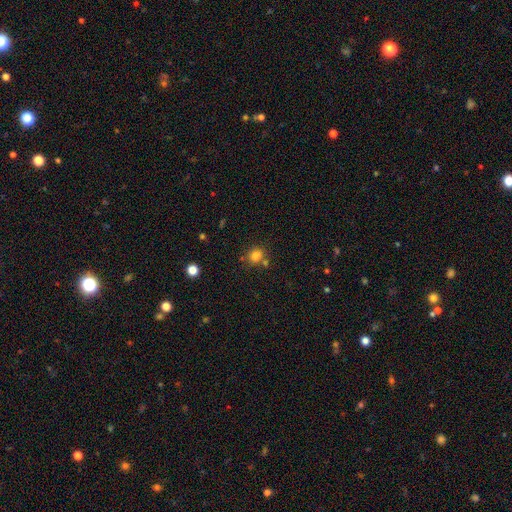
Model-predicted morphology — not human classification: Smooth or featured: smooth — 80% (star or artifact — 14%)
How rounded: round — 70% (in between — 29%)
Merging: none — 68% (merger — 16%)